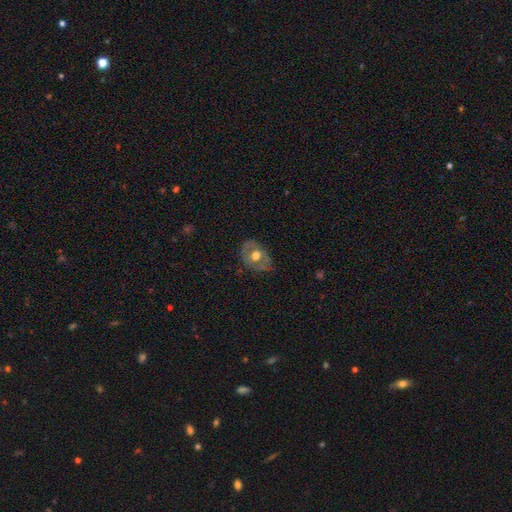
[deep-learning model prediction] The model was most divided on "smooth or featured": featured or disk: 53%, smooth: 40%, star or artifact: 7%. More confident: edge-on disk — no (93%); merging — none (70%).